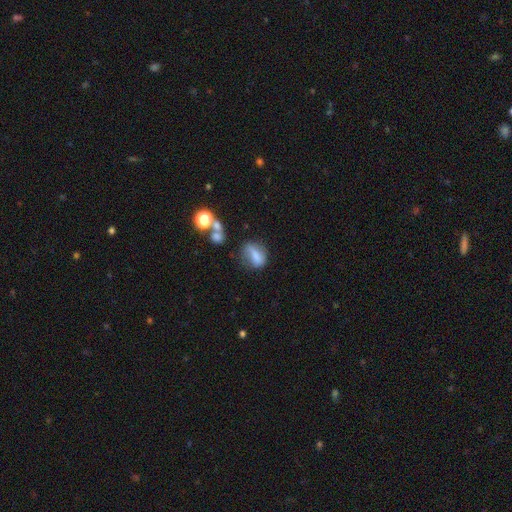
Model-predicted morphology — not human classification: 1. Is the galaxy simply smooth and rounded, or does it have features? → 69% smooth, 19% featured or disk, 11% star or artifact.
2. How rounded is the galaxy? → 71% in between, 22% round, 7% cigar-shaped.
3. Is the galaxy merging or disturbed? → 48% none, 28% minor disturbance, 15% major disturbance, 9% merger.